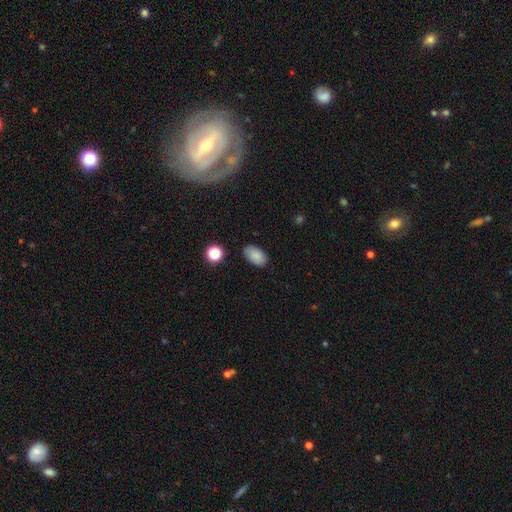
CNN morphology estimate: Overall: smooth (87%). How rounded: in between (92%). Merging: none (83%).